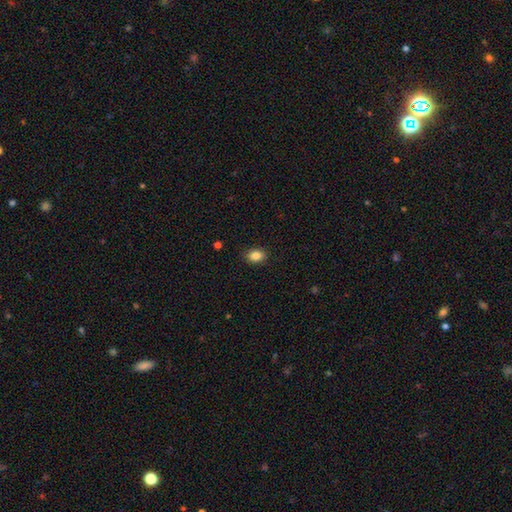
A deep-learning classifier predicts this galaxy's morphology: A smooth galaxy with no disk features (85%) that is in between round and cigar-shaped (70%). Merging: none (87%).